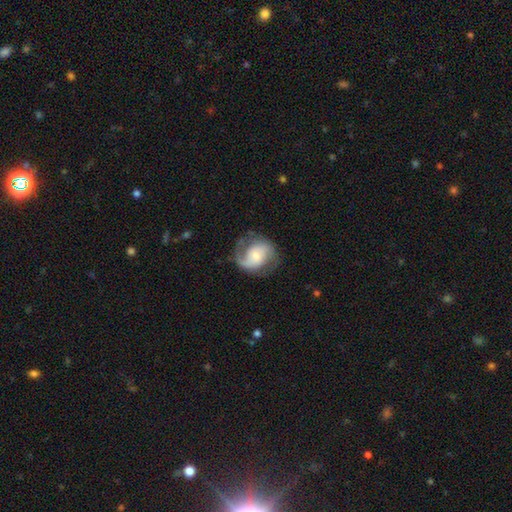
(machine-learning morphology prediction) This is likely a featured or disk galaxy (75%). It is clearly not viewed edge-on (98%). Bar: possibly no (54%). Spiral arm pattern: clearly yes (93%). Spiral arm count: likely 2 (78%). Spiral winding: possibly medium (47%). Central bulge: possibly small (47%). Merging: likely none (67%).